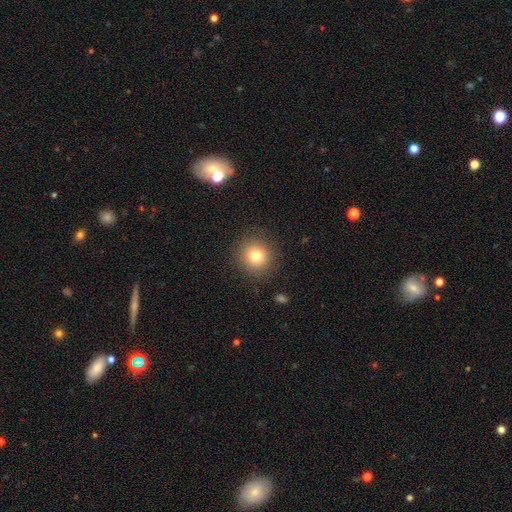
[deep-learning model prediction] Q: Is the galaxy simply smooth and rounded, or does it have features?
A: smooth — 78%.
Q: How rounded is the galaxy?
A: round — 90%.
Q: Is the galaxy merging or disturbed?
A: none — 89%.